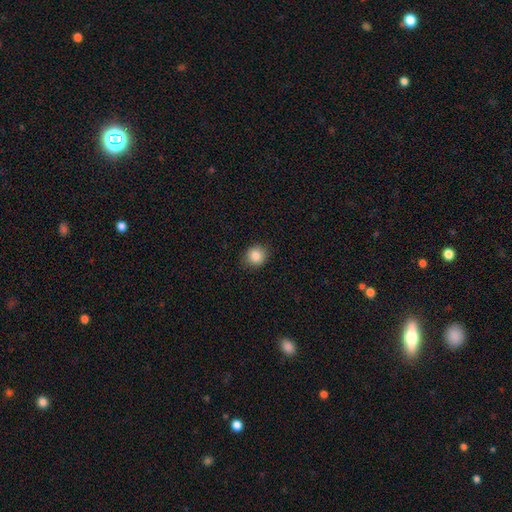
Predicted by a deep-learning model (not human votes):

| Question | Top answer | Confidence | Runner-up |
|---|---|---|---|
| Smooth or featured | smooth | 85% | star or artifact (10%) |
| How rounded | round | 82% | in between (17%) |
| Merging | none | 86% | minor disturbance (10%) |